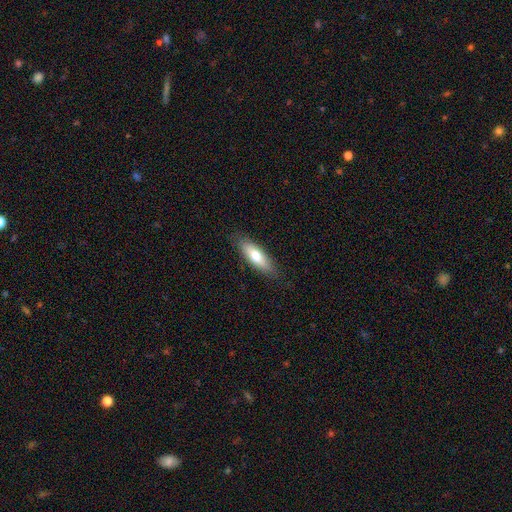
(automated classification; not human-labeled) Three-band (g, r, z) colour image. It shows a smooth galaxy with no disk features (71%) that is in between round and cigar-shaped (55%). Merging: none (84%).